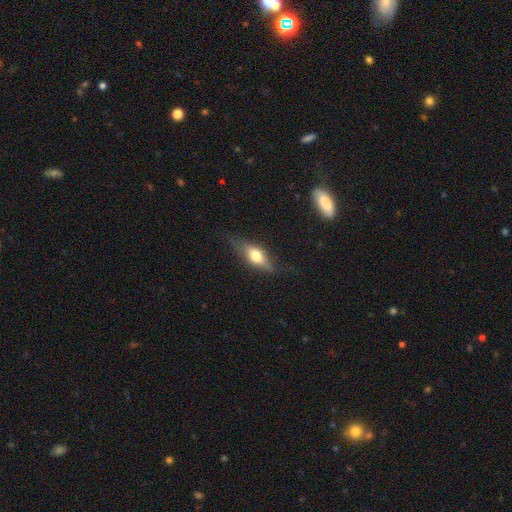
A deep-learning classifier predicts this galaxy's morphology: smooth 52%, featured or disk 41%, star or artifact 7%. Down the decision tree: how rounded — in between (61%); merging — none (72%).